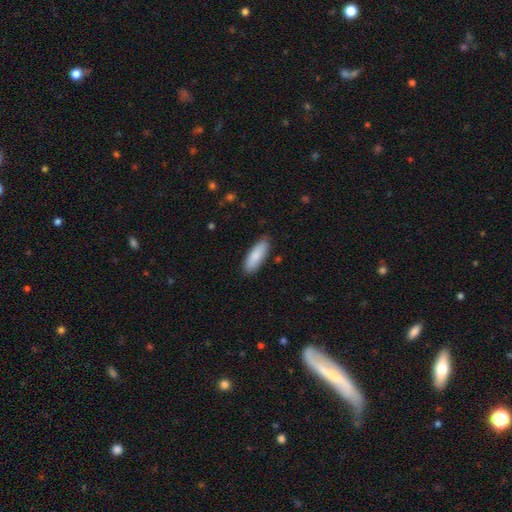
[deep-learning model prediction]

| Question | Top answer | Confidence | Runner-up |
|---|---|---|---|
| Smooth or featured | smooth | 86% | featured or disk (9%) |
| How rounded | in between | 61% | cigar-shaped (38%) |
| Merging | none | 84% | minor disturbance (13%) |